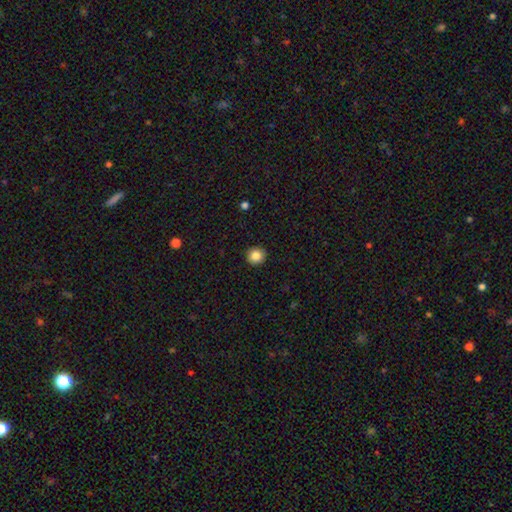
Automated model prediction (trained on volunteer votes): Smooth or featured: smooth — 85% (star or artifact — 10%)
How rounded: round — 92% (in between — 7%)
Merging: none — 93% (minor disturbance — 5%)